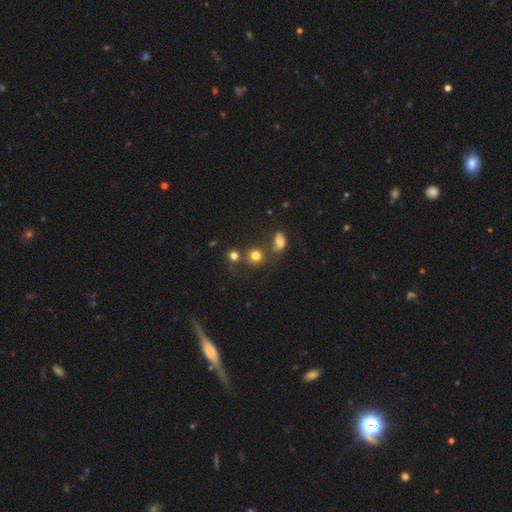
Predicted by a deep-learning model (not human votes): Smooth or featured? Predicted: smooth (p=0.77). How rounded? Predicted: round (p=0.87). Merging? Predicted: none (p=0.66).